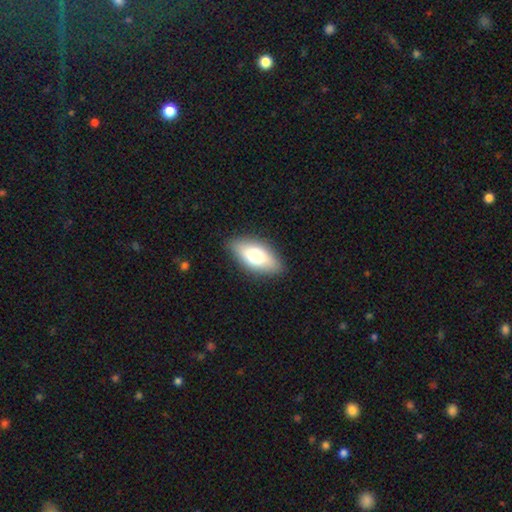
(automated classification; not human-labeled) Smooth or featured? smooth (70%)
How rounded? in between (86%)
Merging? none (86%)